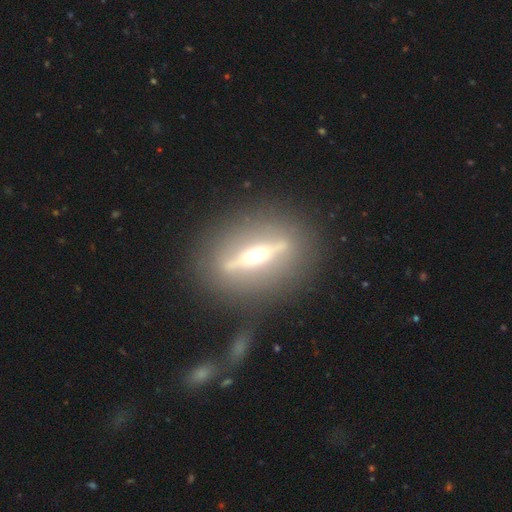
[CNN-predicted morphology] Smooth or featured: featured or disk — 75% (smooth — 17%)
Edge-on disk: yes — 75% (no — 25%)
Edge-on bulge: rounded — 93% (boxy — 4%)
Merging: none — 80% (minor disturbance — 10%)